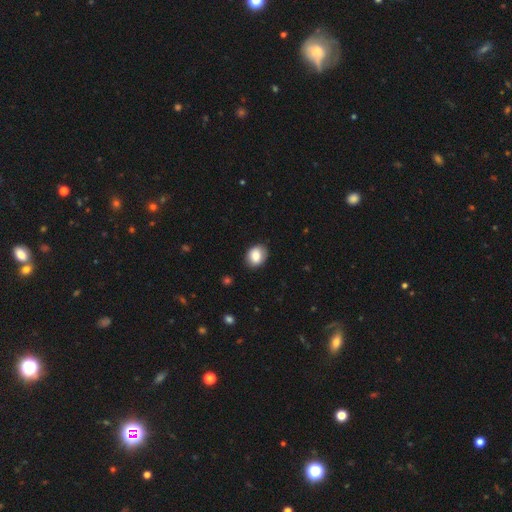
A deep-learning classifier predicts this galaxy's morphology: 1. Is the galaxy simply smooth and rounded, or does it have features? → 83% smooth, 10% featured or disk, 8% star or artifact.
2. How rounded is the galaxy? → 55% in between, 44% round, 1% cigar-shaped.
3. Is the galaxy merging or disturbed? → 86% none, 11% minor disturbance, 2% major disturbance, 1% merger.